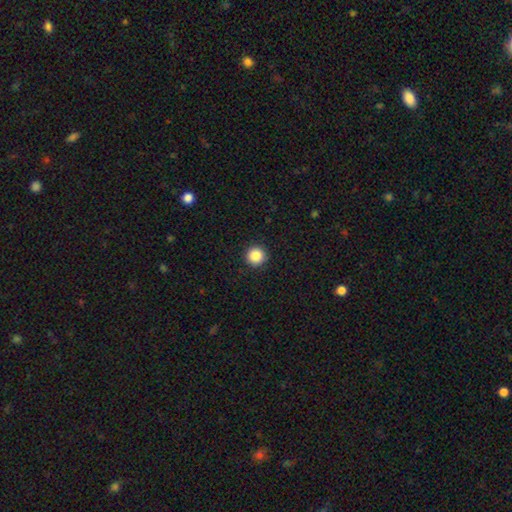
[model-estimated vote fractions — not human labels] This appears to be a smooth galaxy with no disk features (86%) that is round (96%). Merging: none (93%).